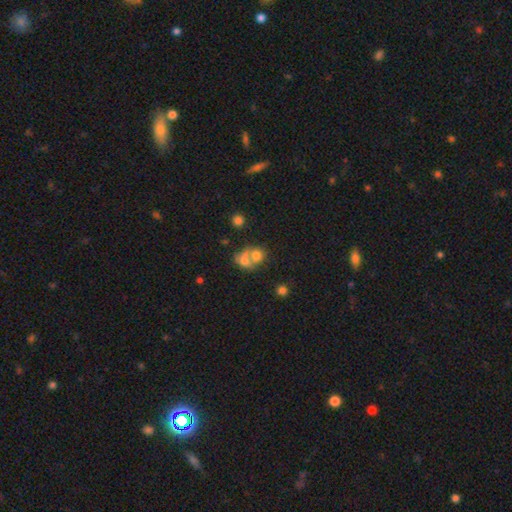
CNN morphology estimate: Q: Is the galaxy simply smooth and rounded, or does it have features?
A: smooth — 66%.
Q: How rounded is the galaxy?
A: round — 59%.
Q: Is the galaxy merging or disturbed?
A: merger — 65%.